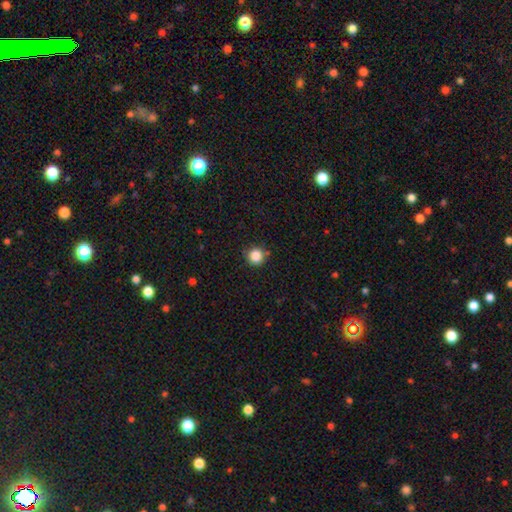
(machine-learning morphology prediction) type=smooth (86%); roundness=round (94%); merging=none (84%).